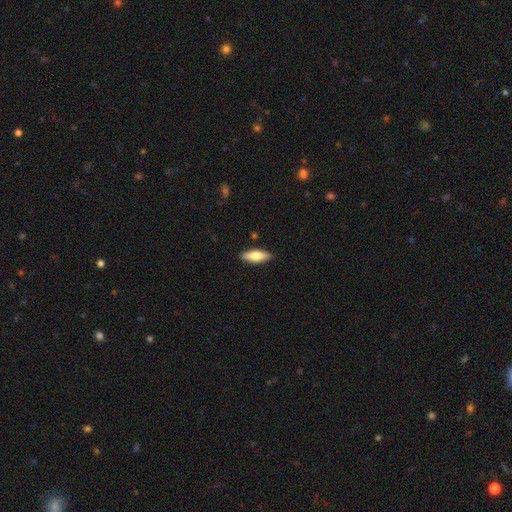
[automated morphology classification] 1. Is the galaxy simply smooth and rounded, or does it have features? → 66% smooth, 28% featured or disk, 6% star or artifact.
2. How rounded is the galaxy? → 59% in between, 39% cigar-shaped, 2% round.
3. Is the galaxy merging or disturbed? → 88% none, 9% minor disturbance, 2% major disturbance, 1% merger.